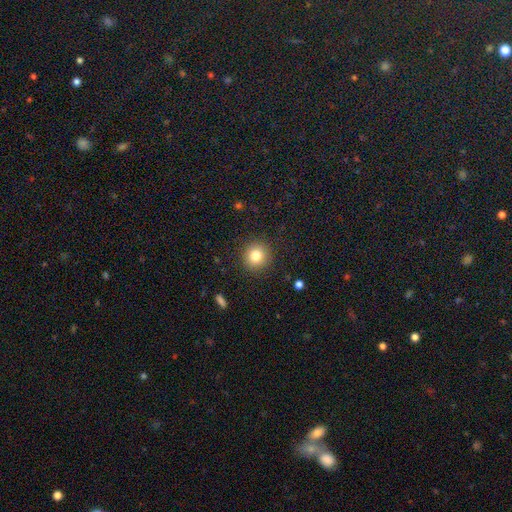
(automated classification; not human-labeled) Smooth or featured?
  - smooth: 81% *
  - star or artifact: 11%
  - featured or disk: 7%
How rounded?
  - round: 92% *
  - in between: 7%
  - cigar-shaped: 1%
Merging?
  - none: 90% *
  - minor disturbance: 6%
  - major disturbance: 2%
  - merger: 1%